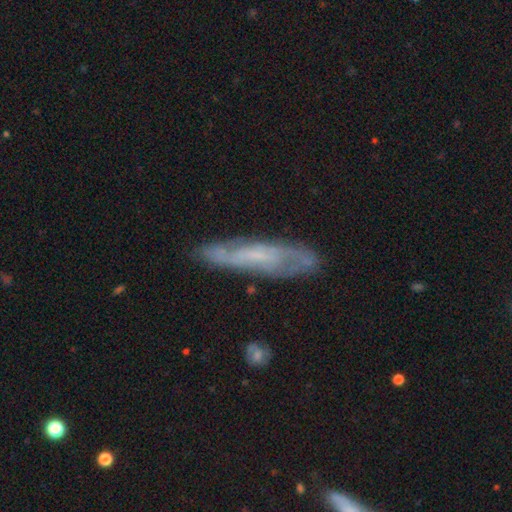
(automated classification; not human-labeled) Smooth or featured?
  - featured or disk: 63% *
  - smooth: 29%
  - star or artifact: 8%
Edge-on disk?
  - no: 54% *
  - yes: 46%
Merging?
  - none: 75% *
  - minor disturbance: 18%
  - major disturbance: 5%
  - merger: 2%